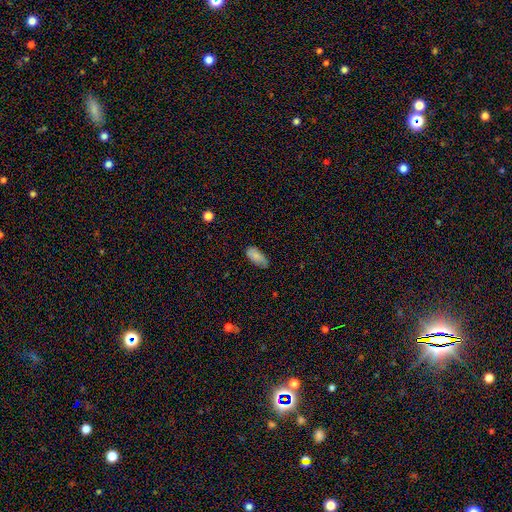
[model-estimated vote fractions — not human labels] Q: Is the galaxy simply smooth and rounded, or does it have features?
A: smooth — 76%.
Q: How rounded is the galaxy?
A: in between — 91%.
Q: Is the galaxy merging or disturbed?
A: none — 65%.